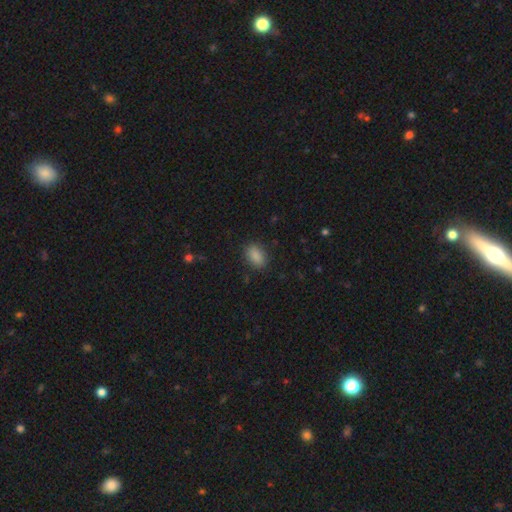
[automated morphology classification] smooth-or-featured: smooth: 88% | star or artifact: 9% | featured or disk: 4%
  how-rounded: in between: 86% | round: 12% | cigar-shaped: 2%
  merging: none: 86% | minor disturbance: 10% | major disturbance: 3% | merger: 1%